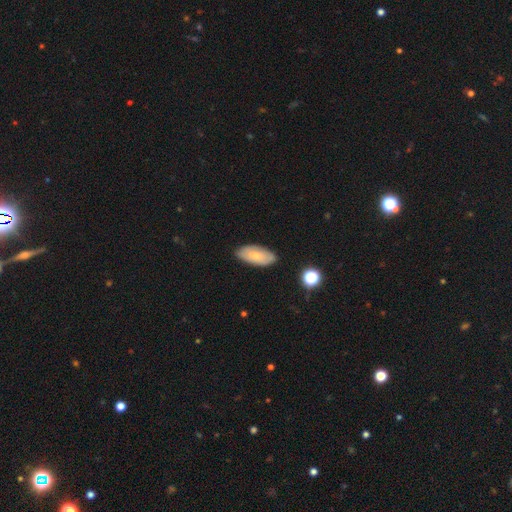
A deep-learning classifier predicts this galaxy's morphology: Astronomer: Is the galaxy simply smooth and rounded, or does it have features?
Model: smooth — 67%.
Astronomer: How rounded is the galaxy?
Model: in between — 90%.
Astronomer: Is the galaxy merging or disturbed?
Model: none — 81%.